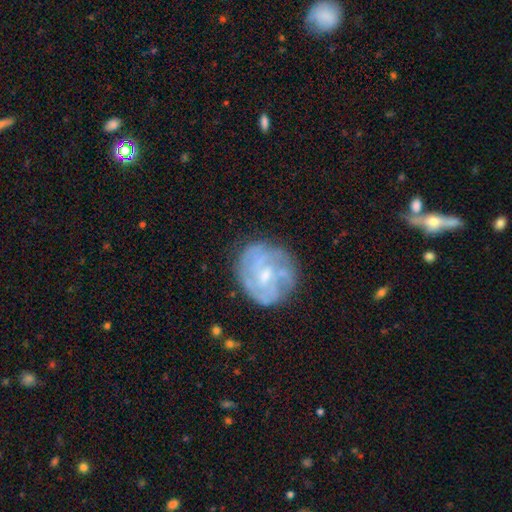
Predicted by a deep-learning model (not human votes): Q: Smooth or featured?
A: featured or disk (67%); runner-up: smooth (26%)
Q: Edge-on disk?
A: no (98%); runner-up: yes (2%)
Q: Bar?
A: weak (47%); runner-up: no (43%)
Q: Spiral arms?
A: yes (68%); runner-up: no (32%)
Q: Bulge size?
A: small (49%); runner-up: moderate (37%)
Q: Merging?
A: none (68%); runner-up: minor disturbance (19%)